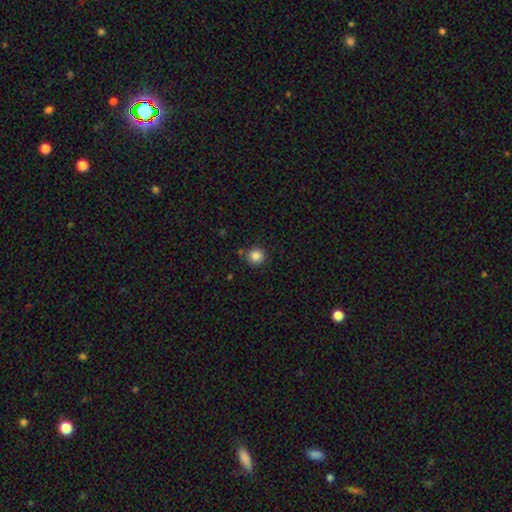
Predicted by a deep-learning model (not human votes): smooth-or-featured: smooth: 86% | star or artifact: 10% | featured or disk: 4%
  how-rounded: round: 92% | in between: 7% | cigar-shaped: 1%
  merging: none: 83% | minor disturbance: 11% | merger: 4% | major disturbance: 3%